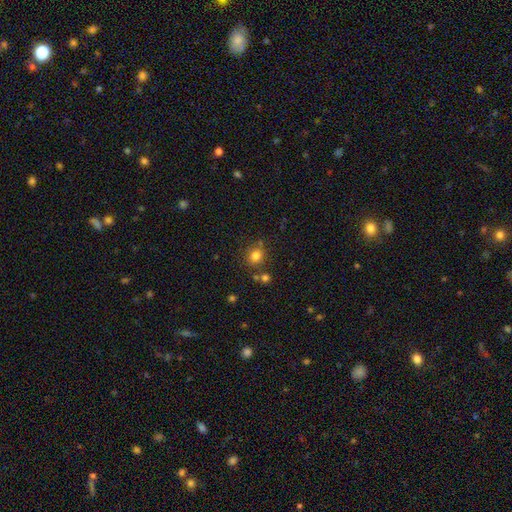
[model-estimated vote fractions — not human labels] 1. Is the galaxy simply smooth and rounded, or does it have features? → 79% smooth, 14% star or artifact, 7% featured or disk.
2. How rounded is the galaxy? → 80% round, 19% in between, 1% cigar-shaped.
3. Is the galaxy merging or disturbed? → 73% none, 11% merger, 11% minor disturbance, 4% major disturbance.